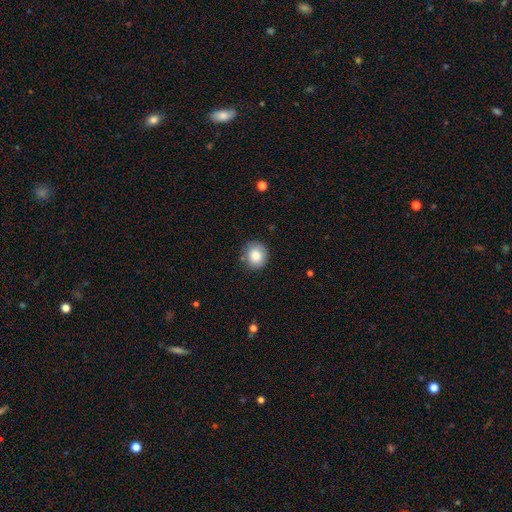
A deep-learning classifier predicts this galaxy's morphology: A smooth galaxy with no disk features (85%) that is round (86%). Merging: none (82%).